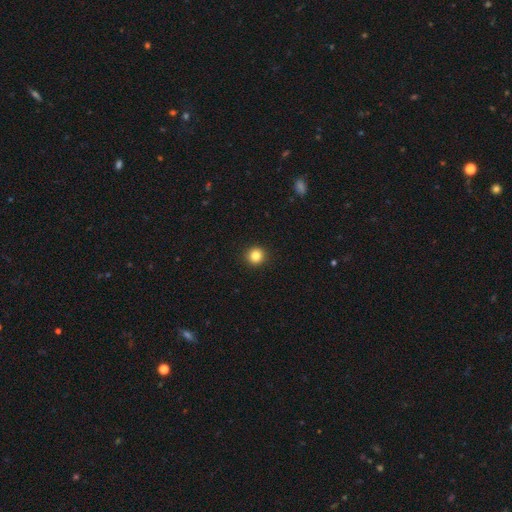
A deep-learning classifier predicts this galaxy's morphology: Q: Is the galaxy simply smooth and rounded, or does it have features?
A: smooth — 84%.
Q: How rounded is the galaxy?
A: round — 95%.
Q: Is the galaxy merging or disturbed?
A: none — 94%.